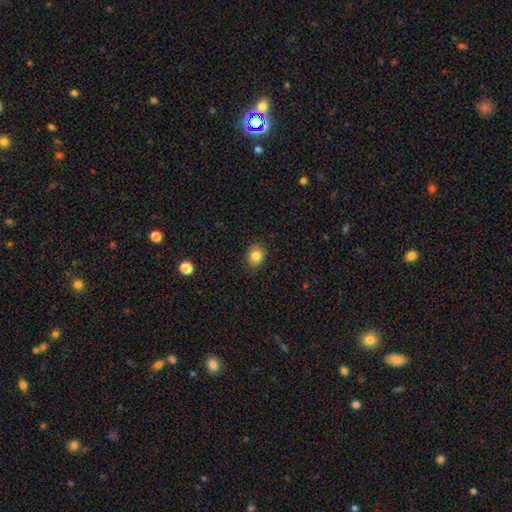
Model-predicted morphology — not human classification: smooth 82%, star or artifact 10%, featured or disk 8%. Down the decision tree: how rounded — round (52%); merging — none (88%).